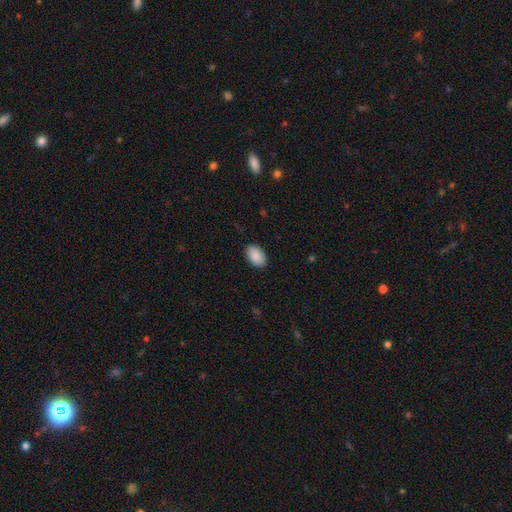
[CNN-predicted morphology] Smooth or featured: smooth — 90% (star or artifact — 6%)
How rounded: in between — 91% (round — 8%)
Merging: none — 88% (minor disturbance — 9%)